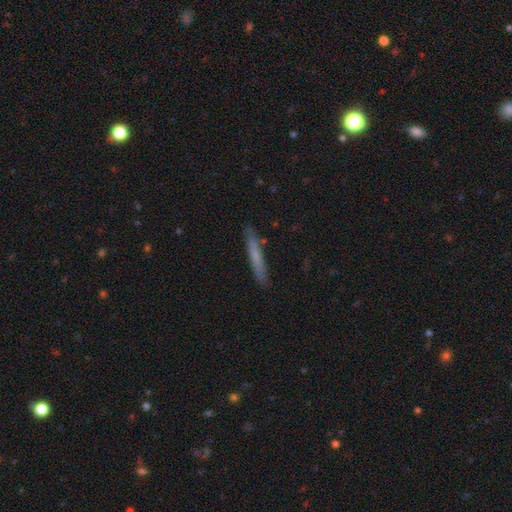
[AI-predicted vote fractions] A smooth galaxy with no disk features (63%) that is cigar-shaped (95%). Merging: none (87%).